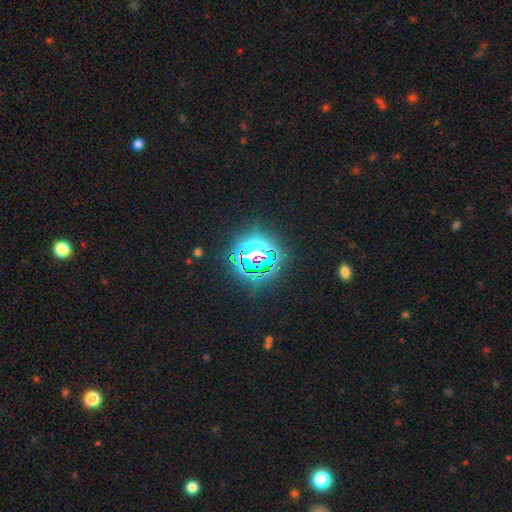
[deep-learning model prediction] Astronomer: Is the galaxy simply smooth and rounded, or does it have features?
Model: star or artifact — 73%.